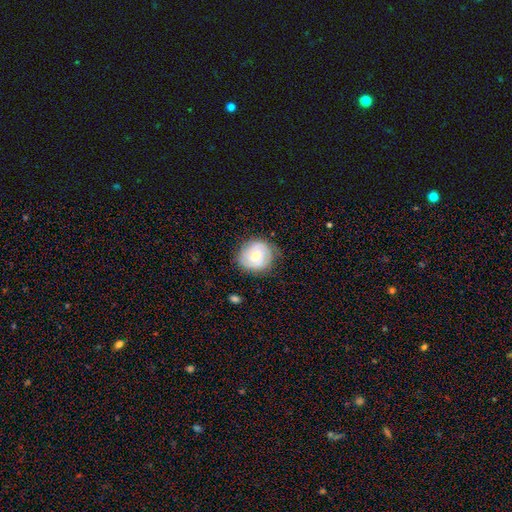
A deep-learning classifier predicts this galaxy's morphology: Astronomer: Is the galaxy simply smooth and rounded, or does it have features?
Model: featured or disk — 69%.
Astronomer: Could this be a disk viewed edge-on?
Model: no — 98%.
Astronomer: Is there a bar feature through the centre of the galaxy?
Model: no — 62%.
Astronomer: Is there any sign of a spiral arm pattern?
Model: yes — 89%.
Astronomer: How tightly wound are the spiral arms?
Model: tight — 67%.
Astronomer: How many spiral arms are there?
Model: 2 — 51%.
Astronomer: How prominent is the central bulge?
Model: moderate — 61%.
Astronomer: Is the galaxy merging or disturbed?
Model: none — 79%.